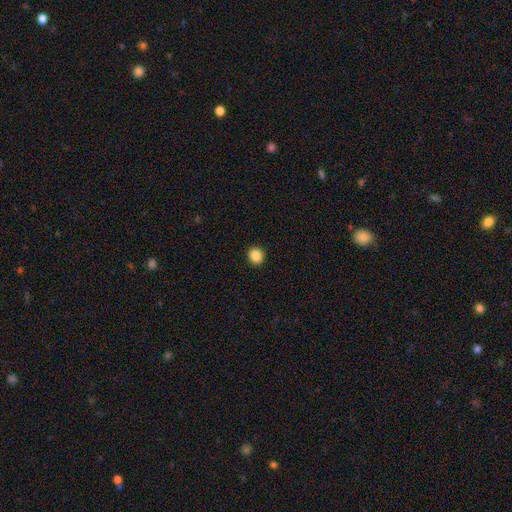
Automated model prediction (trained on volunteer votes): smooth-or-featured: smooth: 87% | star or artifact: 10% | featured or disk: 3%
  how-rounded: round: 84% | in between: 15% | cigar-shaped: 1%
  merging: none: 93% | minor disturbance: 5% | major disturbance: 2% | merger: 1%